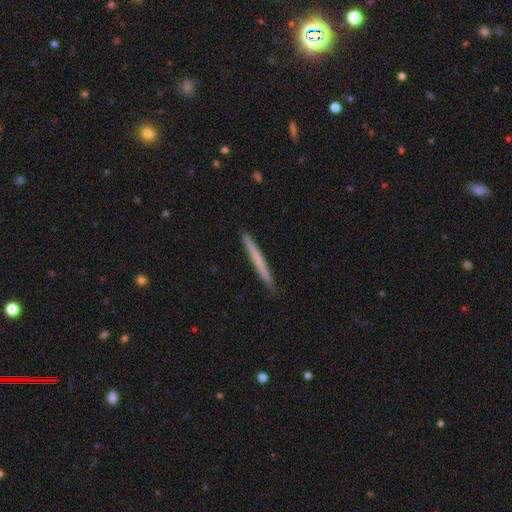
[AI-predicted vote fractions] Smooth or featured? Predicted: smooth (p=0.55). How rounded? Predicted: cigar-shaped (p=0.97). Merging? Predicted: none (p=0.92).